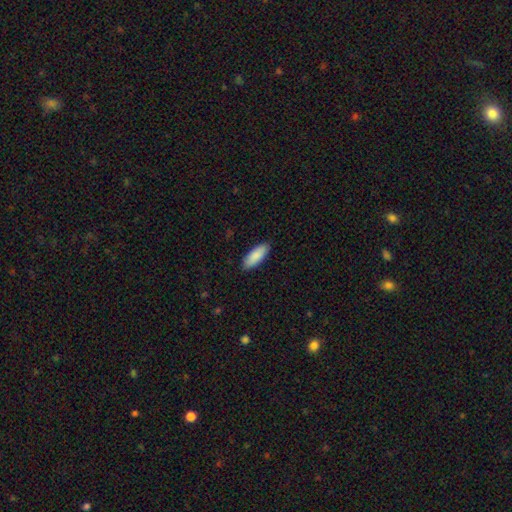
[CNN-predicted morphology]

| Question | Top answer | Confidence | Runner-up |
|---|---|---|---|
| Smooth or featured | smooth | 89% | featured or disk (6%) |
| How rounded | in between | 72% | cigar-shaped (26%) |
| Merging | none | 89% | minor disturbance (8%) |